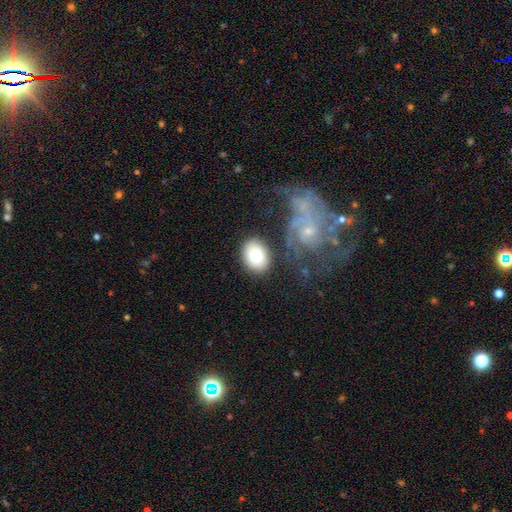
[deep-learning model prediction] Smooth or featured? Predicted: smooth (p=0.72). How rounded? Predicted: in between (p=0.57). Merging? Predicted: none (p=0.76).